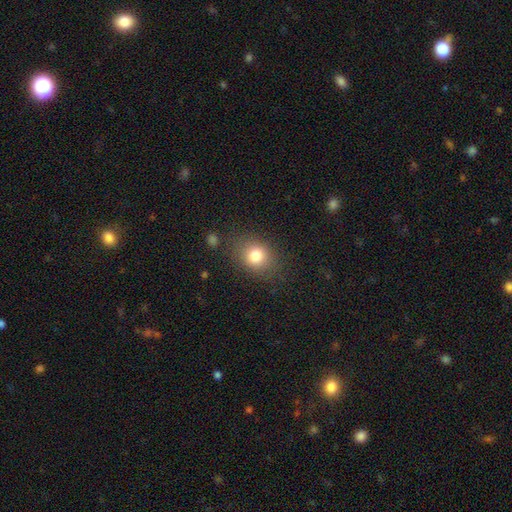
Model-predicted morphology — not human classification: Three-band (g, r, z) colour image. It shows a smooth galaxy with no disk features (79%) that is round (55%). Merging: none (79%).